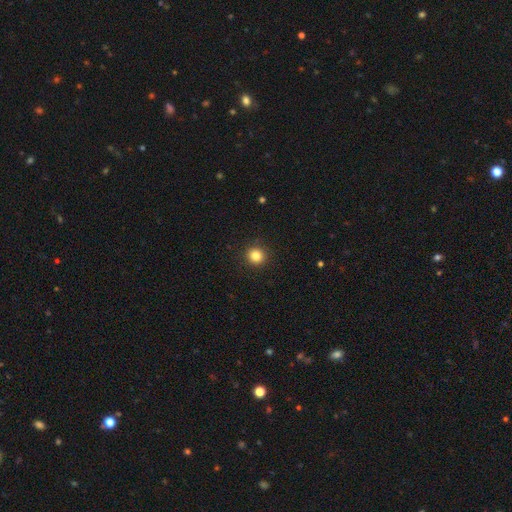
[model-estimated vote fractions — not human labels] Q: Smooth or featured?
A: smooth (84%); runner-up: star or artifact (12%)
Q: How rounded?
A: round (93%); runner-up: in between (6%)
Q: Merging?
A: none (91%); runner-up: minor disturbance (6%)